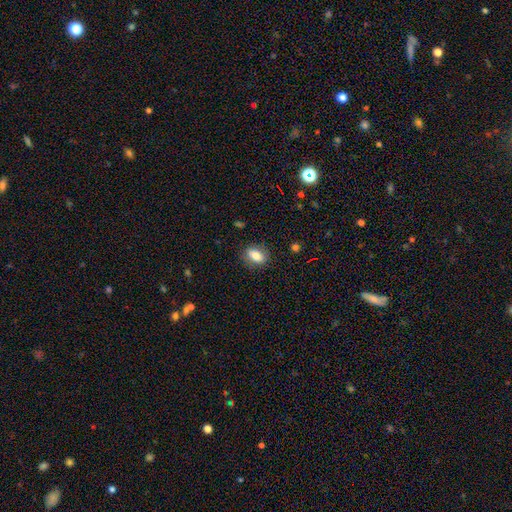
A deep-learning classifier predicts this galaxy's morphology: Overall: smooth (81%). How rounded: in between (79%). Merging: none (83%).